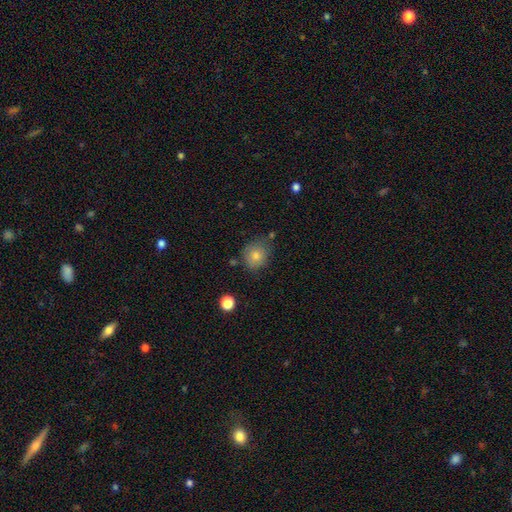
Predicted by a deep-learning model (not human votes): A smooth galaxy with no disk features (75%) that is round (79%). Merging: none (74%).